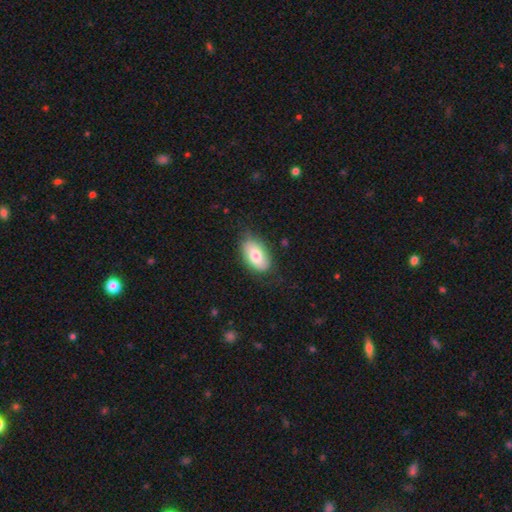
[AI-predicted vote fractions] Smooth or featured: smooth — 75% (featured or disk — 19%)
How rounded: in between — 92% (round — 6%)
Merging: none — 74% (minor disturbance — 20%)